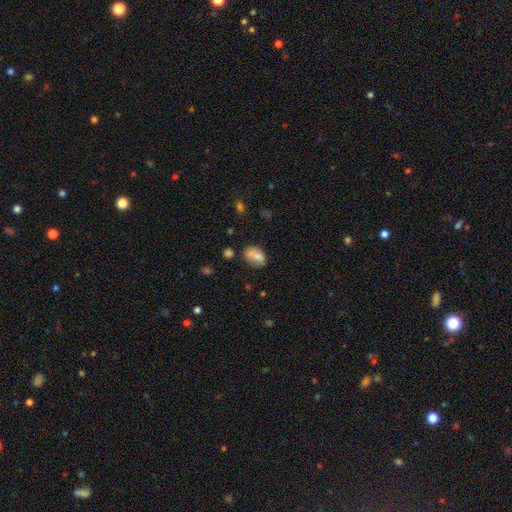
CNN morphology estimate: This appears to be a smooth galaxy with no disk features (77%) that is in between round and cigar-shaped (87%). Merging: none (62%).